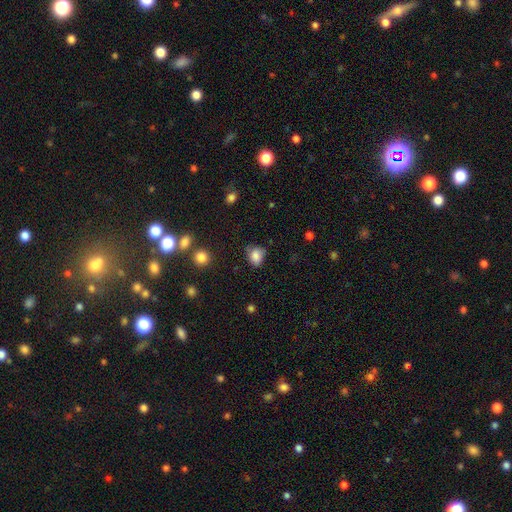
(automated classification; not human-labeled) A smooth galaxy with no disk features (81%) that is round (51%). Merging: none (56%).